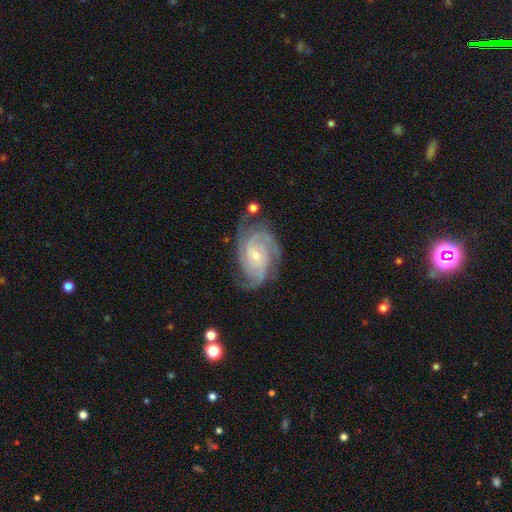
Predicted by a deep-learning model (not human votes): Smooth or featured? Predicted: featured or disk (p=0.90). Edge-on disk? Predicted: no (p=0.98). Bar? Predicted: no (p=0.66). Spiral arms? Predicted: yes (p=0.98). Spiral winding? Predicted: tight (p=0.59). Spiral arm count? Predicted: 3 (p=0.40). Bulge size? Predicted: small (p=0.74). Merging? Predicted: none (p=0.71).